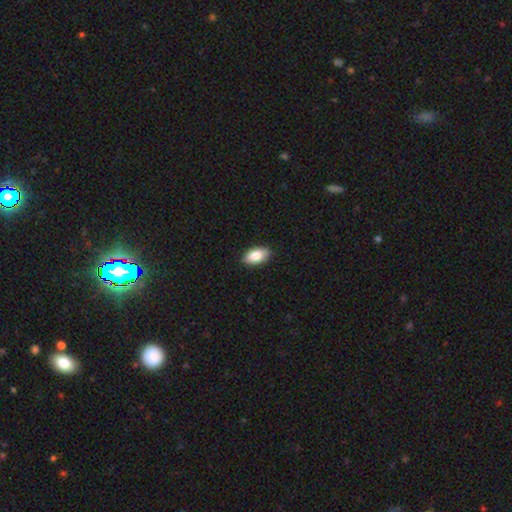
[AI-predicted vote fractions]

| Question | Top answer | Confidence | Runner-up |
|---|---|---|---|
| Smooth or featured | smooth | 85% | featured or disk (9%) |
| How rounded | in between | 93% | round (4%) |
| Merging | none | 89% | minor disturbance (9%) |